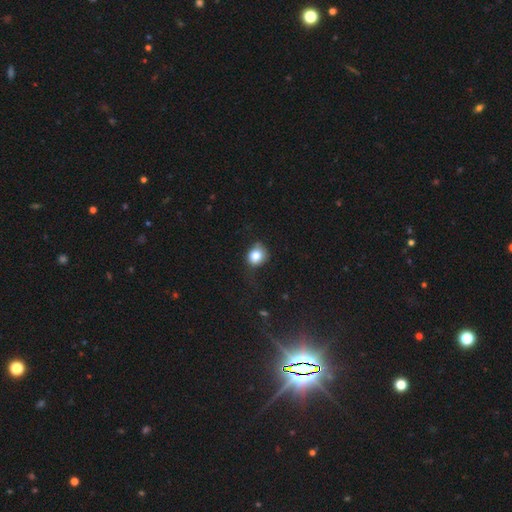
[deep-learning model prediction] Overall: smooth (80%). How rounded: round (72%). Merging: none (59%; minor disturbance 28%).